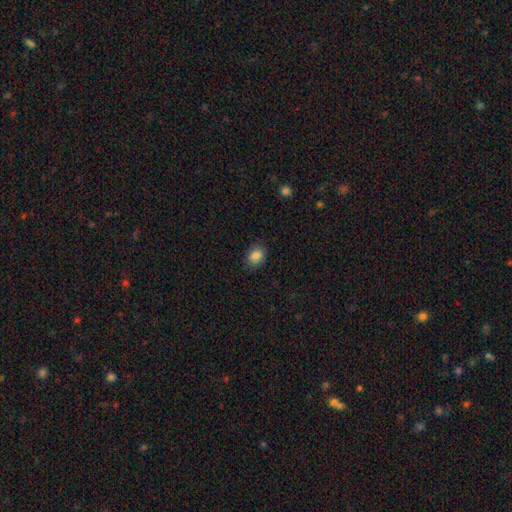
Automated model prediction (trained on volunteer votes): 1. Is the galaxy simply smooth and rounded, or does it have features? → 84% smooth, 10% star or artifact, 6% featured or disk.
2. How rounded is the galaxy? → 63% in between, 36% round, 1% cigar-shaped.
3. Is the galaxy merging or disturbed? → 82% none, 14% minor disturbance, 3% major disturbance, 1% merger.